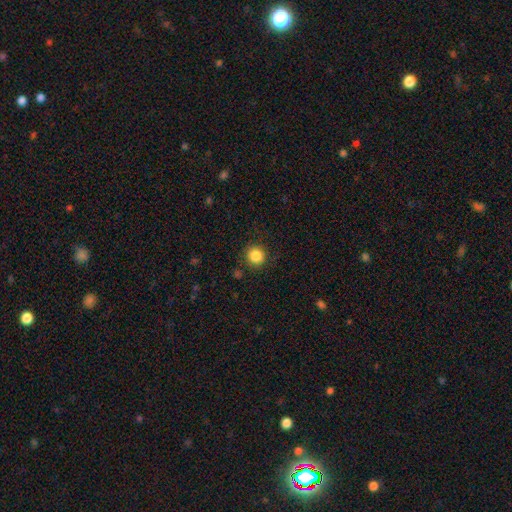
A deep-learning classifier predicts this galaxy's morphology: smooth 85%, star or artifact 11%, featured or disk 4%. Down the decision tree: how rounded — round (93%); merging — none (88%).